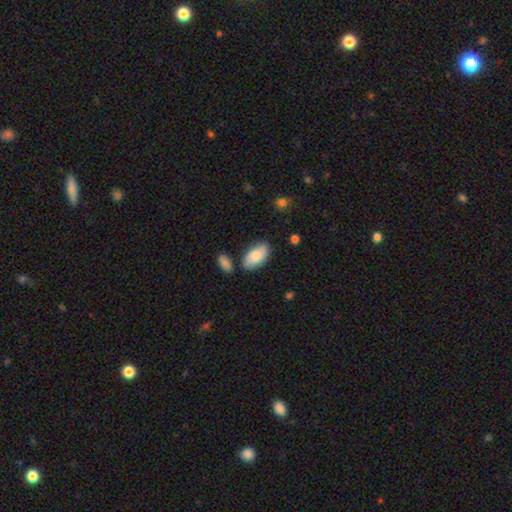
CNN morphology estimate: This appears to be a smooth galaxy with no disk features (79%) that is in between round and cigar-shaped (95%). Merging: none (74%).